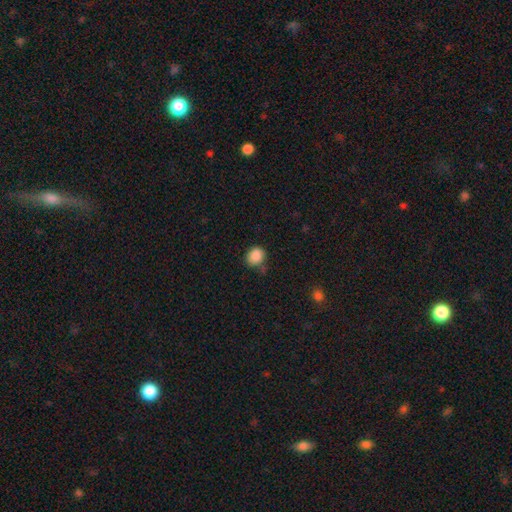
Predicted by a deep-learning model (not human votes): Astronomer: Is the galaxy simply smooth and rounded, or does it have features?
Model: smooth — 87%.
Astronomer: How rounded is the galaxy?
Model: round — 67%.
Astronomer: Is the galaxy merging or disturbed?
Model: none — 69%.